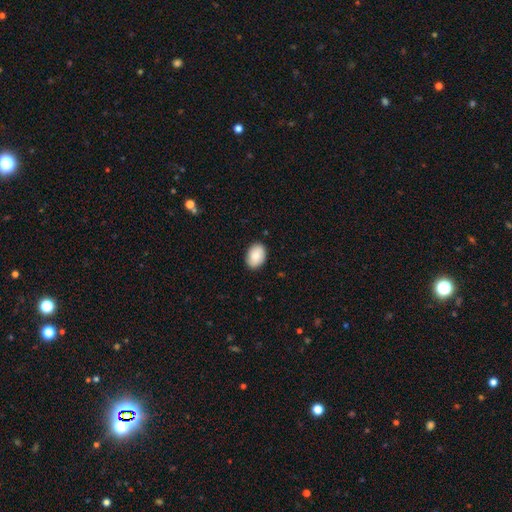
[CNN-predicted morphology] type=smooth (83%); roundness=in between (82%); merging=none (88%).